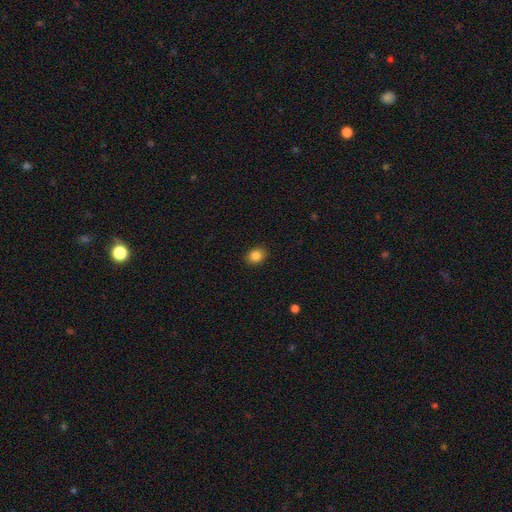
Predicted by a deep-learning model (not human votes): smooth 85%, star or artifact 10%, featured or disk 5%. Down the decision tree: how rounded — round (52%); merging — none (90%).